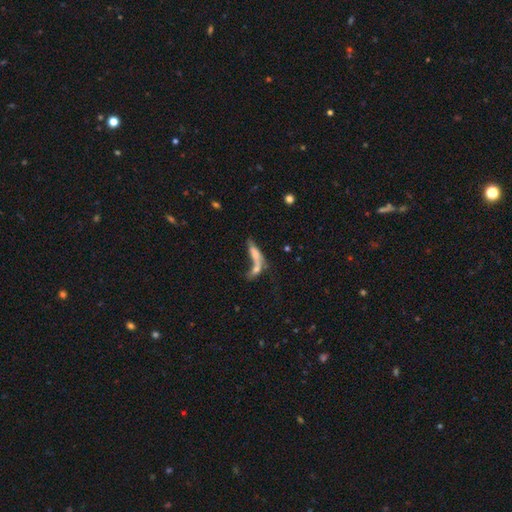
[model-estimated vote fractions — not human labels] Smooth or featured?
  - smooth: 59% *
  - featured or disk: 29%
  - star or artifact: 11%
How rounded?
  - cigar-shaped: 64% *
  - in between: 32%
  - round: 4%
Merging?
  - merger: 51% *
  - none: 22%
  - major disturbance: 16%
  - minor disturbance: 10%